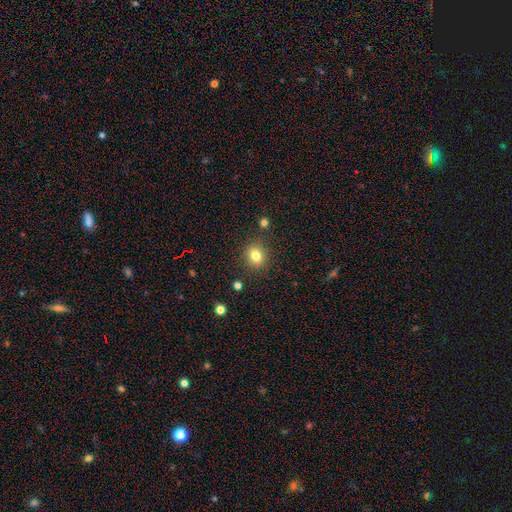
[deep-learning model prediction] Overall: smooth (80%). How rounded: round (66%; in between 33%). Merging: none (85%).